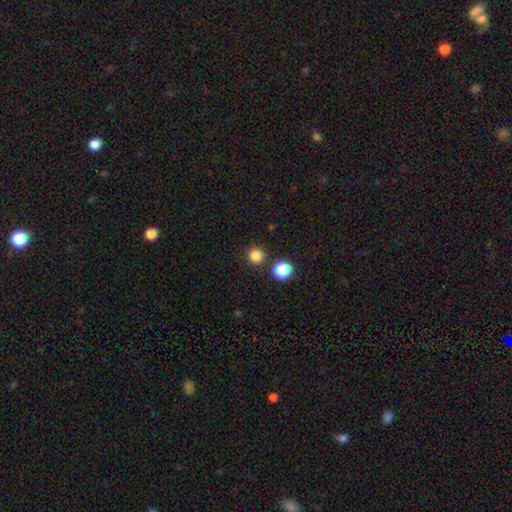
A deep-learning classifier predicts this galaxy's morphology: type=smooth (83%); roundness=round (95%); merging=none (87%).